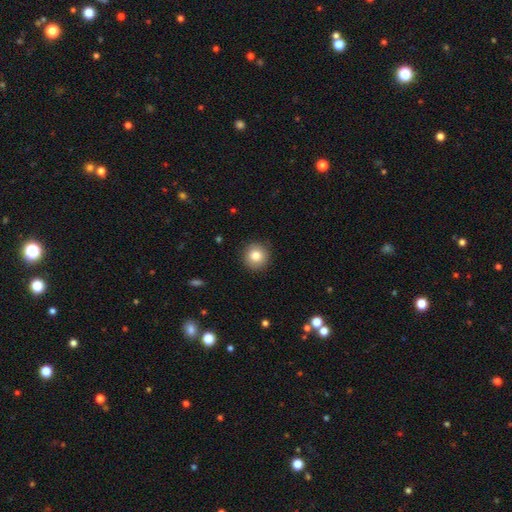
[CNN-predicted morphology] A smooth galaxy with no disk features (82%) that is round (94%).

Vote fractions:
- Smooth or featured? smooth: 82% / star or artifact: 9% / featured or disk: 9%
- How rounded? round: 94% / in between: 5% / cigar-shaped: 1%
- Merging? none: 90% / minor disturbance: 7% / major disturbance: 2% / merger: 1%